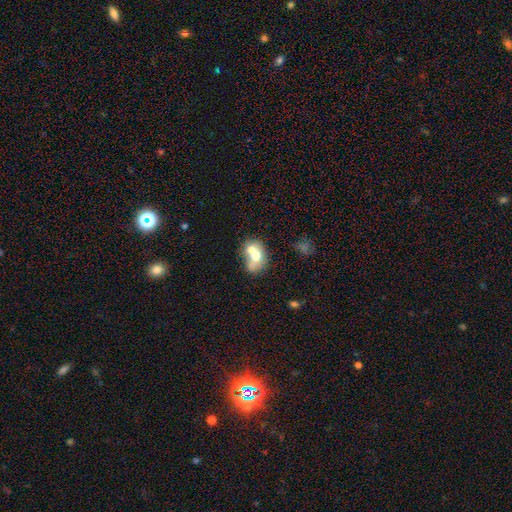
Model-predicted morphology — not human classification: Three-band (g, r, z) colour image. It shows a smooth galaxy with no disk features (63%) that is in between round and cigar-shaped (56%). Merging: merger (68%).